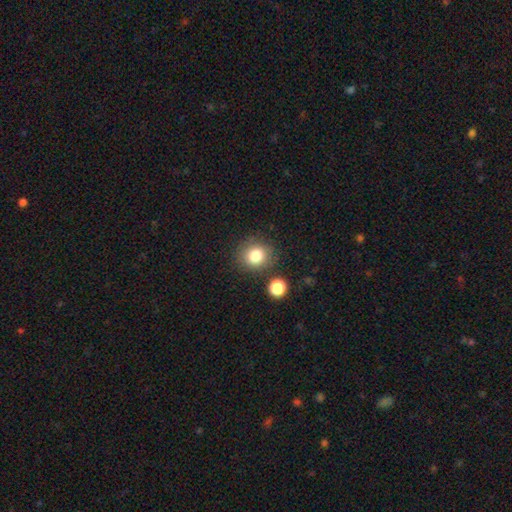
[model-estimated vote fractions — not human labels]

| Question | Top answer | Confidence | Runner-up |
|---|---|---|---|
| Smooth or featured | smooth | 81% | star or artifact (11%) |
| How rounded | round | 84% | in between (15%) |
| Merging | none | 81% | minor disturbance (10%) |